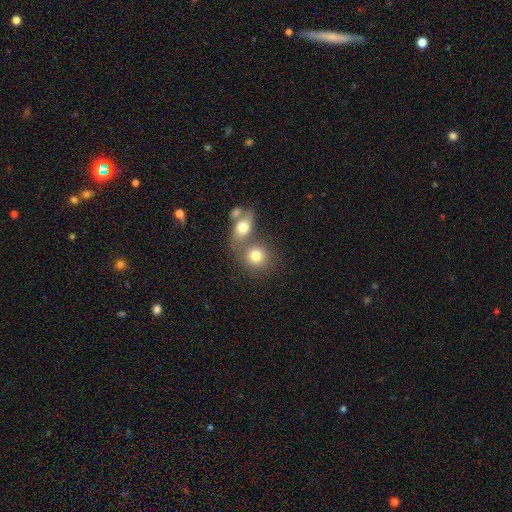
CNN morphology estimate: Smooth or featured?
  - smooth: 78% *
  - featured or disk: 12%
  - star or artifact: 10%
How rounded?
  - round: 79% *
  - in between: 20%
  - cigar-shaped: 1%
Merging?
  - none: 45% *
  - merger: 43%
  - minor disturbance: 8%
  - major disturbance: 4%